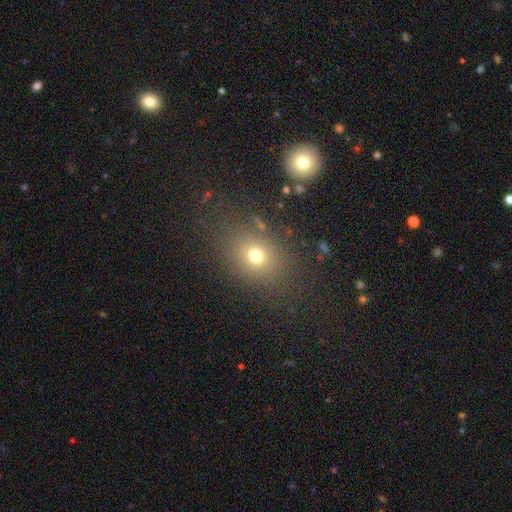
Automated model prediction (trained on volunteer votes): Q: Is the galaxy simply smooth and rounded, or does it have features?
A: smooth — 70%.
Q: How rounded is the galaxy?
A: round — 53%.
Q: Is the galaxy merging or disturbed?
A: none — 80%.